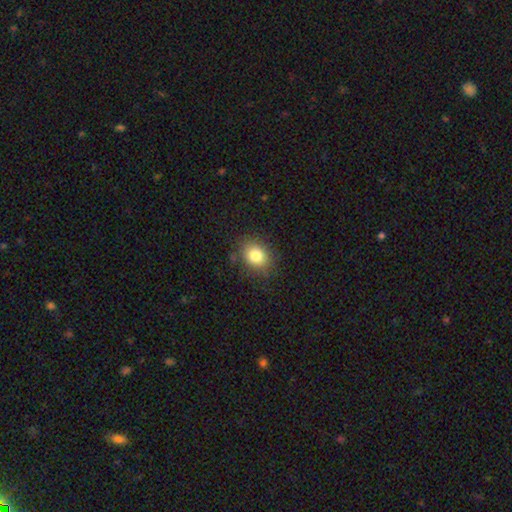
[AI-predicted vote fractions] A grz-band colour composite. It shows a smooth galaxy with no disk features (82%) that is round (51%). Merging: none (82%).